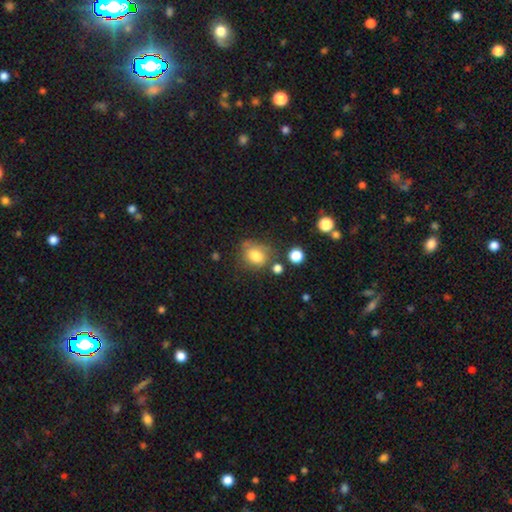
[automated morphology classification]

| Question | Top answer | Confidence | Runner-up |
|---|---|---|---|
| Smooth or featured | smooth | 77% | featured or disk (12%) |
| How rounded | round | 59% | in between (40%) |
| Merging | none | 57% | minor disturbance (23%) |